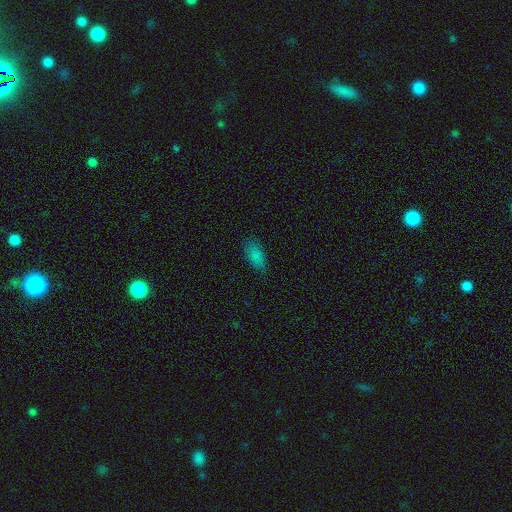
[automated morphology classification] Smooth or featured: smooth — 83% (star or artifact — 11%)
How rounded: in between — 89% (cigar-shaped — 9%)
Merging: none — 80% (minor disturbance — 16%)